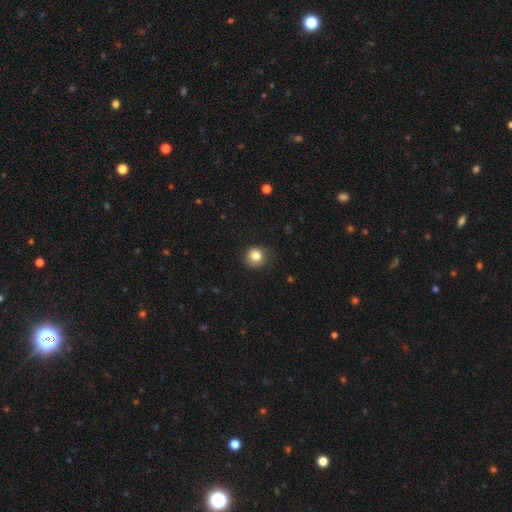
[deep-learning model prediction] Smooth or featured? Predicted: smooth (p=0.83). How rounded? Predicted: round (p=0.90). Merging? Predicted: none (p=0.81).